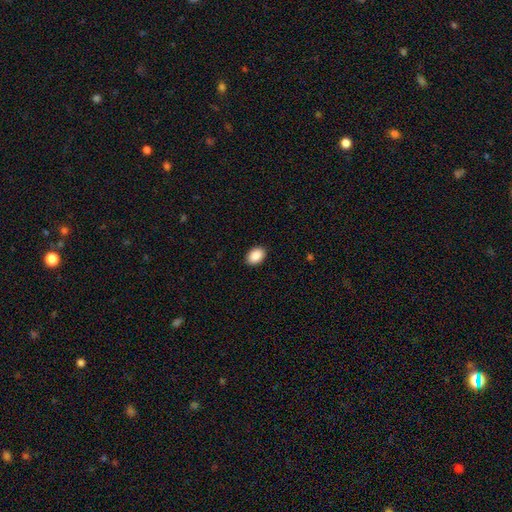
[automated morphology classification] Smooth or featured? Predicted: smooth (p=0.90). How rounded? Predicted: in between (p=0.83). Merging? Predicted: none (p=0.90).